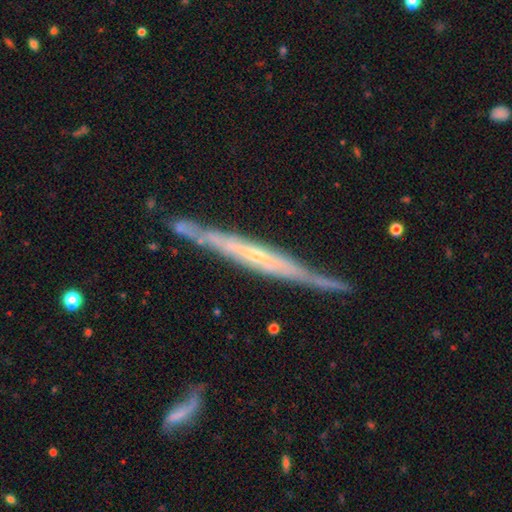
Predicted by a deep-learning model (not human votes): A featured or disk galaxy (80%) viewed edge-on (93%) with no central bulge (56%).

Vote fractions:
- Smooth or featured? featured or disk: 80% / smooth: 14% / star or artifact: 6%
- Edge-on disk? yes: 93% / no: 7%
- Edge-on bulge? none: 56% / rounded: 36% / boxy: 7%
- Merging? none: 78% / minor disturbance: 17% / major disturbance: 3% / merger: 3%